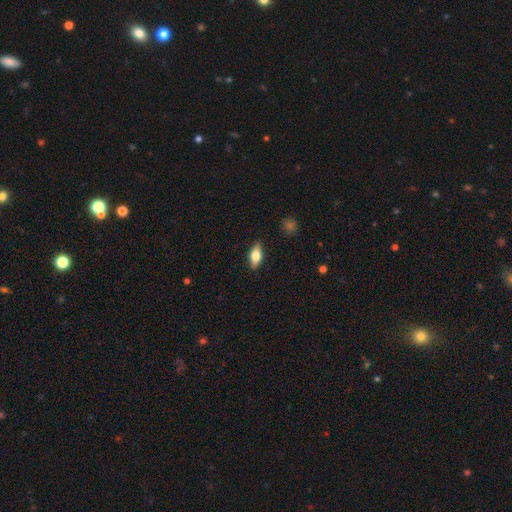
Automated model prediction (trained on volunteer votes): This is likely a smooth galaxy (65%). How rounded: likely in between (79%). Merging: clearly none (86%).